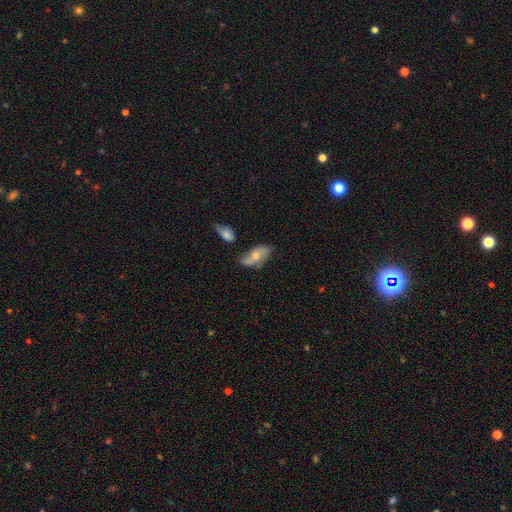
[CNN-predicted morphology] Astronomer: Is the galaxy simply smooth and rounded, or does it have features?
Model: featured or disk — 56% (runner-up: smooth, 36%).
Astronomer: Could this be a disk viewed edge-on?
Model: no — 90%.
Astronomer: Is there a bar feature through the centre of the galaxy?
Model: no — 71%.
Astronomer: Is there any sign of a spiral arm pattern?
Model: yes — 76%.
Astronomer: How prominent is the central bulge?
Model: moderate — 64%.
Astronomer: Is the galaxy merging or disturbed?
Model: none — 59%.